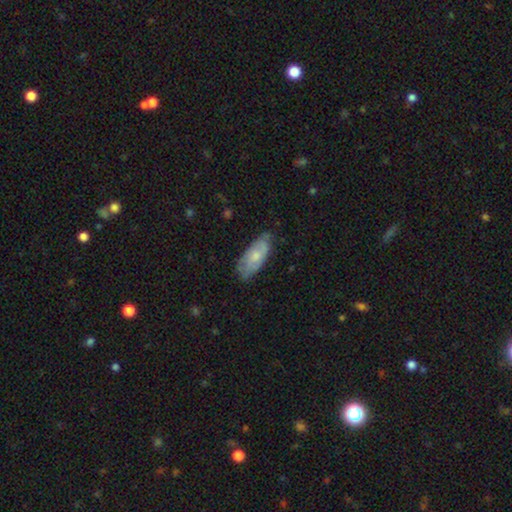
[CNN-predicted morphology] Smooth or featured? smooth (53%)
How rounded? in between (85%)
Merging? none (68%)